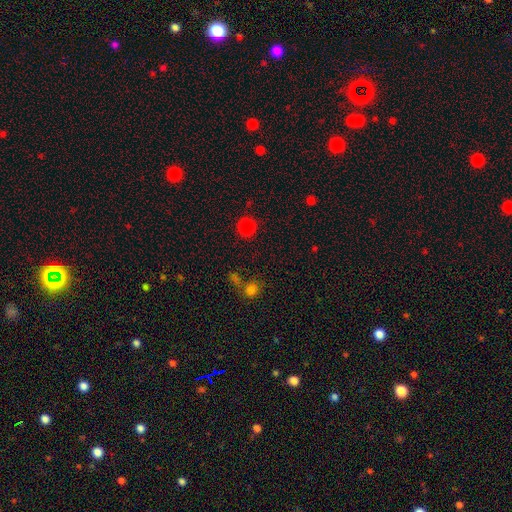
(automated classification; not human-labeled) The model was most divided on "smooth or featured": smooth: 78%, star or artifact: 17%, featured or disk: 5%. More confident: how rounded — round (89%); merging — none (81%).